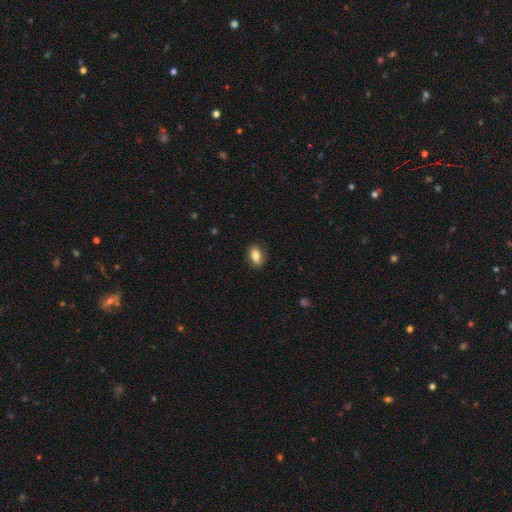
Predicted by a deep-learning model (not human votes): Smooth or featured? smooth (79%)
How rounded? in between (86%)
Merging? none (85%)